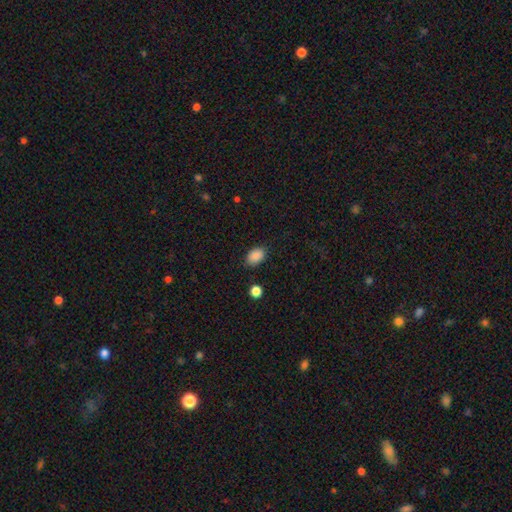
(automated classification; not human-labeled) Morphology: type=smooth (88%); roundness=in between (83%); merging=none (83%).